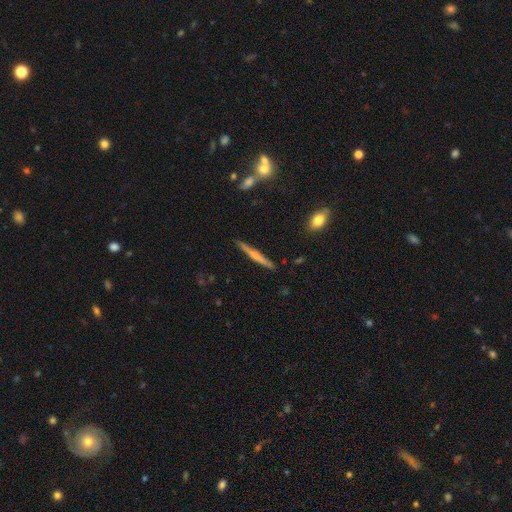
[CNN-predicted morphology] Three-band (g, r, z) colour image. It shows a featured or disk galaxy (50%). Merging: none (89%).